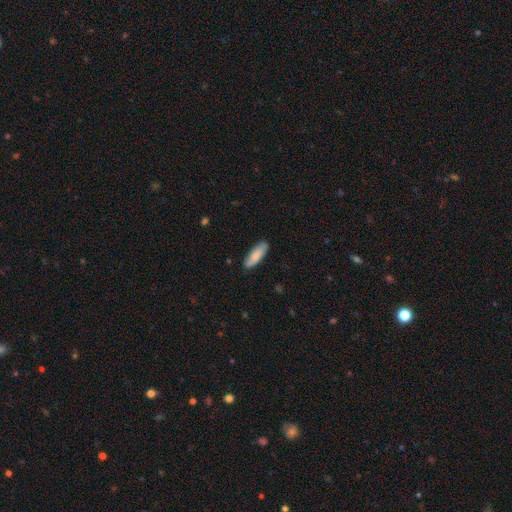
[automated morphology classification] A smooth galaxy with no disk features (75%) that is in between round and cigar-shaped (55%).

Vote fractions:
- Smooth or featured? smooth: 75% / featured or disk: 20% / star or artifact: 5%
- How rounded? in between: 55% / cigar-shaped: 43% / round: 2%
- Merging? none: 83% / minor disturbance: 14% / major disturbance: 2% / merger: 1%